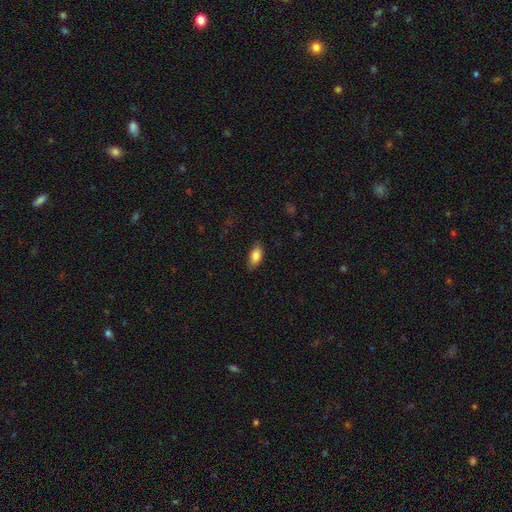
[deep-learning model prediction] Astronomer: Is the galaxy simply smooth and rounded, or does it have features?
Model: smooth — 86%.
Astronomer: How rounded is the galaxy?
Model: in between — 90%.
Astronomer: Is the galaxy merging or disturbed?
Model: none — 80%.